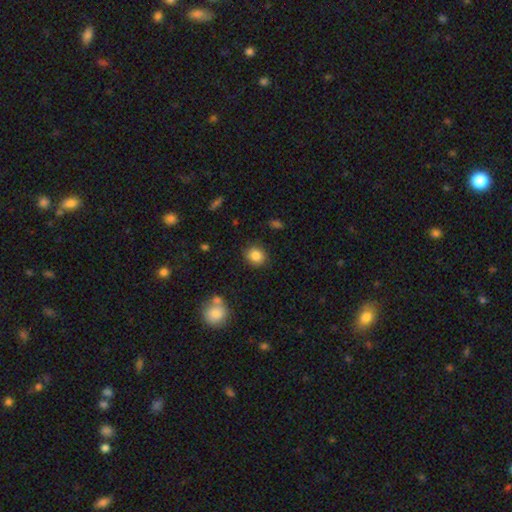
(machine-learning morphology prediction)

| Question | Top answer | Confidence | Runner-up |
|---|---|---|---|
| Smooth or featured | smooth | 85% | star or artifact (9%) |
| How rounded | round | 76% | in between (23%) |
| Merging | none | 86% | minor disturbance (10%) |